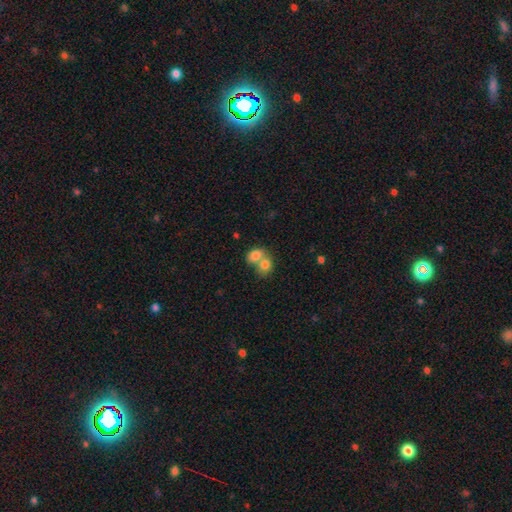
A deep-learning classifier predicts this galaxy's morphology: Smooth or featured? smooth (79%)
How rounded? in between (64%)
Merging? merger (67%)